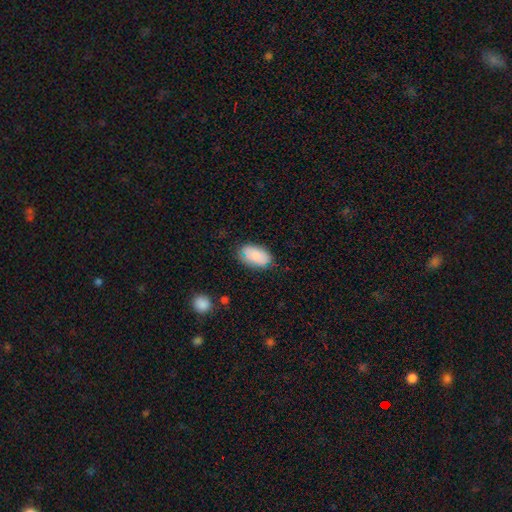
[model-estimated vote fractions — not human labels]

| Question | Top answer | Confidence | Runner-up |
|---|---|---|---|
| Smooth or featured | smooth | 82% | featured or disk (10%) |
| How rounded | in between | 94% | round (4%) |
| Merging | none | 74% | minor disturbance (20%) |